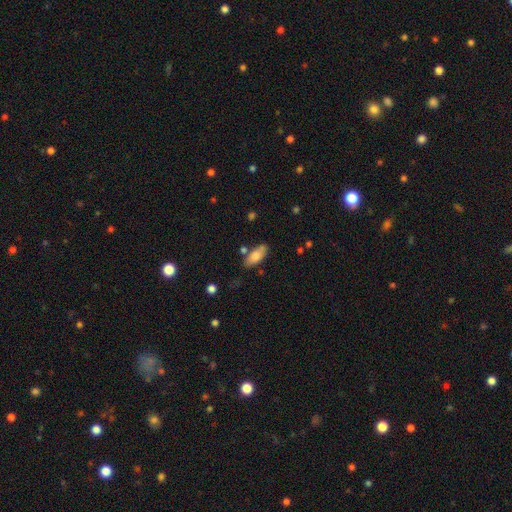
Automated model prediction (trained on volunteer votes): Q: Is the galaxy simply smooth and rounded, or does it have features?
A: smooth — 80%.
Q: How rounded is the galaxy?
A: in between — 82%.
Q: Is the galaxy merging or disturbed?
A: none — 68%.